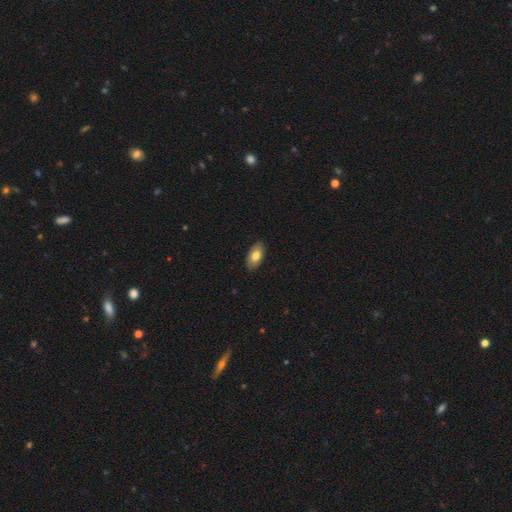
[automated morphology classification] Smooth or featured? Predicted: smooth (p=0.76). How rounded? Predicted: in between (p=0.94). Merging? Predicted: none (p=0.87).